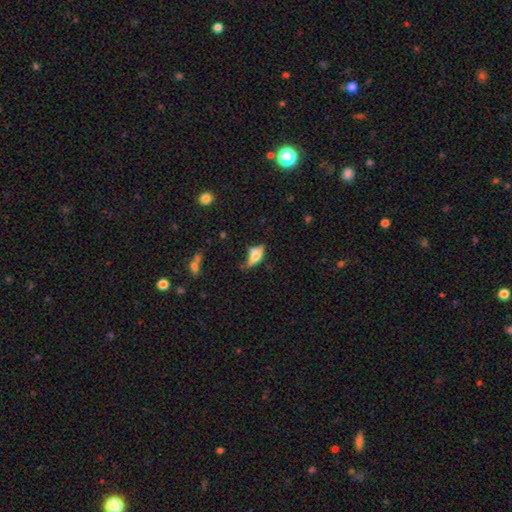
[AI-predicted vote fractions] Smooth or featured? Predicted: smooth (p=0.47). Merging? Predicted: none (p=0.41).